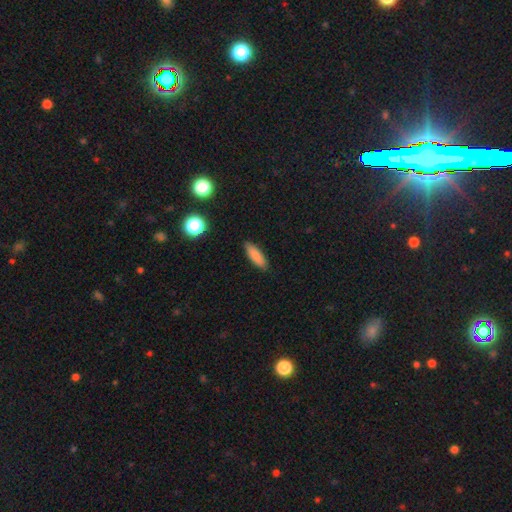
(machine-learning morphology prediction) smooth-or-featured: smooth: 84% | featured or disk: 8% | star or artifact: 8%
  how-rounded: cigar-shaped: 50% | in between: 48% | round: 2%
  merging: none: 87% | minor disturbance: 10% | major disturbance: 2% | merger: 1%